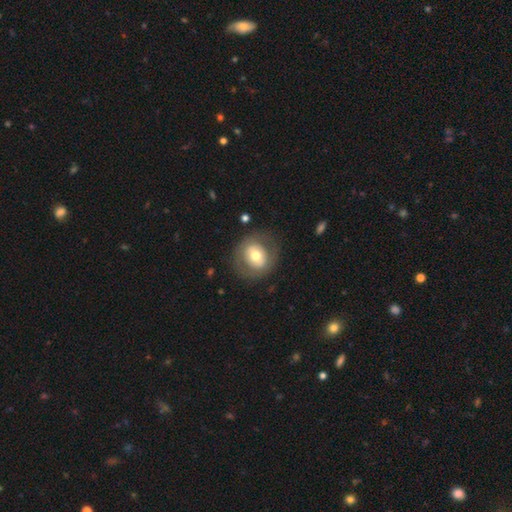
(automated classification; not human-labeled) Smooth or featured? Predicted: smooth (p=0.57). How rounded? Predicted: round (p=0.76). Merging? Predicted: none (p=0.79).